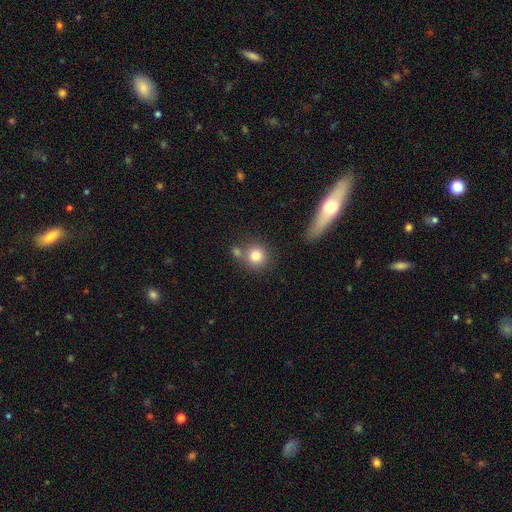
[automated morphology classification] Smooth or featured? Predicted: smooth (p=0.80). How rounded? Predicted: round (p=0.90). Merging? Predicted: none (p=0.64).